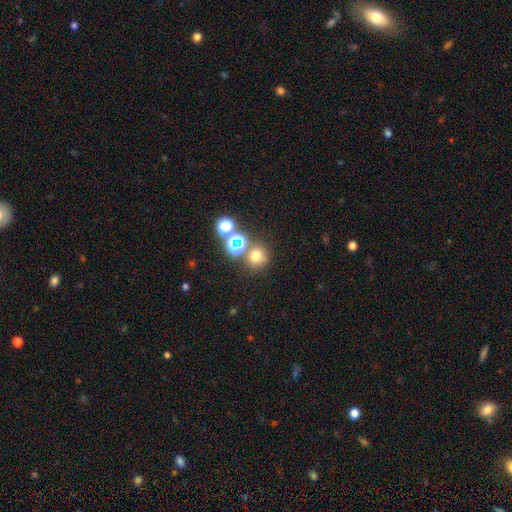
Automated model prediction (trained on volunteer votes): This is likely a smooth galaxy (67%). How rounded: clearly round (88%). Merging: likely none (70%).